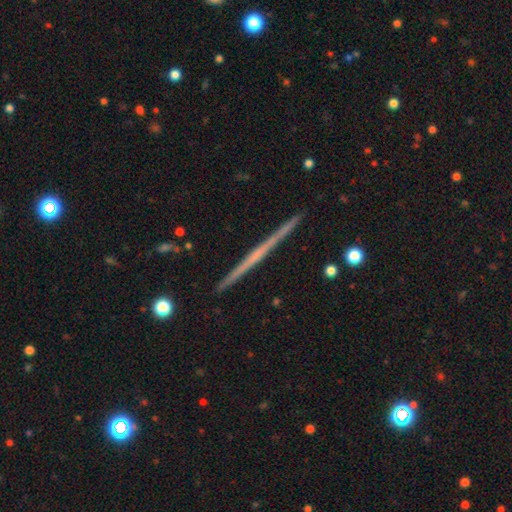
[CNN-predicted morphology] smooth-or-featured: featured or disk: 70% | smooth: 24% | star or artifact: 6%
  disk-edge-on: yes: 98% | no: 2%
    edge-on-bulge: none: 86% | rounded: 10% | boxy: 4%
  merging: none: 93% | minor disturbance: 5% | merger: 1% | major disturbance: 1%